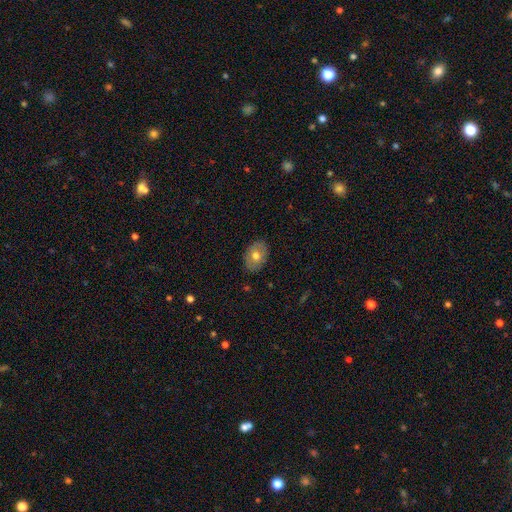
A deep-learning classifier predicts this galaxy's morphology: Q: Smooth or featured?
A: smooth (65%); runner-up: featured or disk (28%)
Q: How rounded?
A: in between (78%); runner-up: round (21%)
Q: Merging?
A: none (85%); runner-up: minor disturbance (11%)